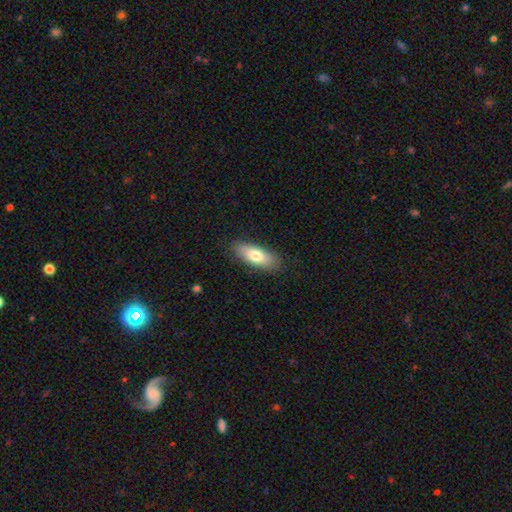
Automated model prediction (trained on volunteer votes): Q: Smooth or featured?
A: smooth (74%); runner-up: featured or disk (19%)
Q: How rounded?
A: in between (73%); runner-up: cigar-shaped (25%)
Q: Merging?
A: none (87%); runner-up: minor disturbance (10%)